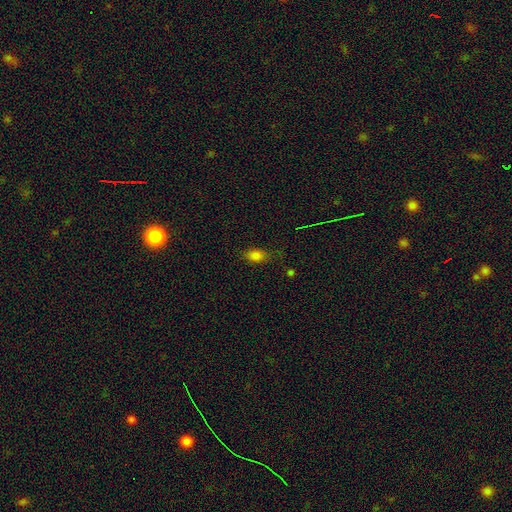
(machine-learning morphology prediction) Overall: smooth (80%). How rounded: in between (82%). Merging: none (72%).